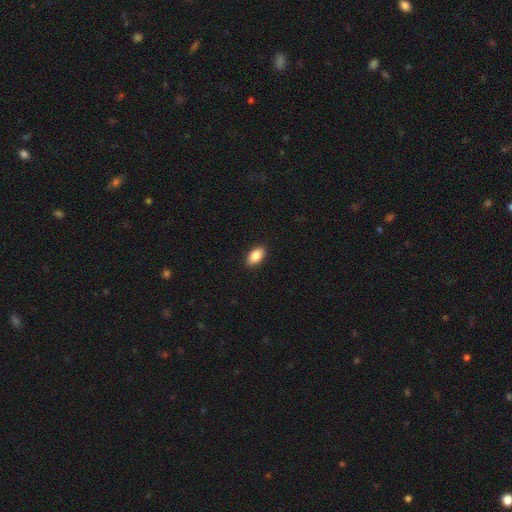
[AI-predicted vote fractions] smooth 87%, star or artifact 7%, featured or disk 6%. Down the decision tree: how rounded — in between (92%); merging — none (91%).